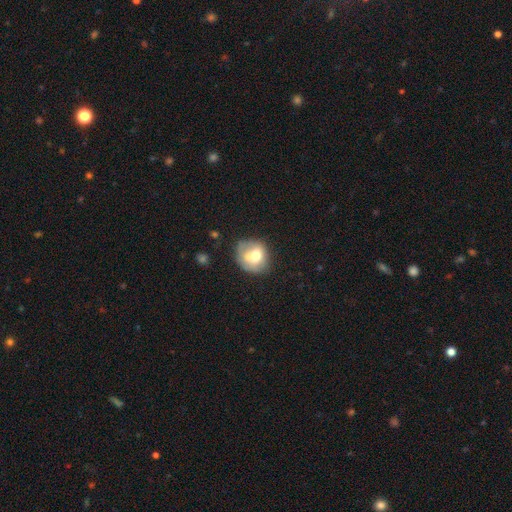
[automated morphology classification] Q: Smooth or featured?
A: smooth (62%); runner-up: featured or disk (29%)
Q: How rounded?
A: round (66%); runner-up: in between (33%)
Q: Merging?
A: none (40%); runner-up: merger (27%)